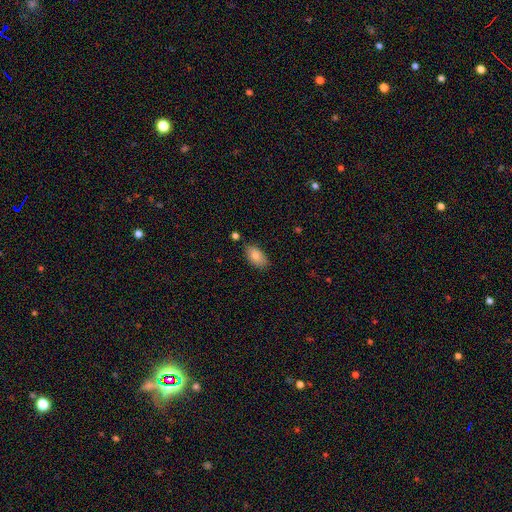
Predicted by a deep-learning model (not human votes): Overall: smooth (85%). How rounded: in between (93%). Merging: none (79%).